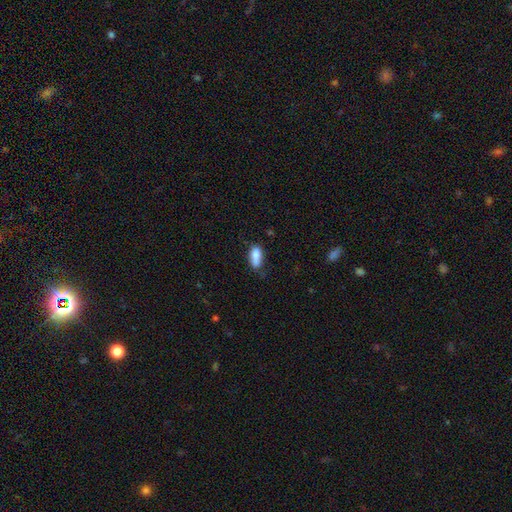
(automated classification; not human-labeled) Smooth or featured? Predicted: smooth (p=0.83). How rounded? Predicted: in between (p=0.80). Merging? Predicted: none (p=0.56).